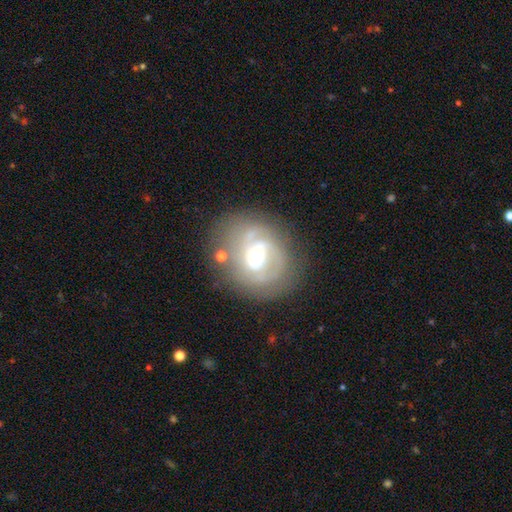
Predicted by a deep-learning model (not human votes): smooth_or_featured: featured or disk (p=0.76) [alt: smooth p=0.17]
disk_edge_on: no (p=0.97) [alt: yes p=0.03]
bar: no (p=0.47) [alt: weak p=0.40]
has_spiral_arms: yes (p=0.83) [alt: no p=0.17]
spiral_winding: tight (p=0.51) [alt: medium p=0.35]
spiral_arm_count: 2 (p=0.42) [alt: can't tell p=0.28]
bulge_size: moderate (p=0.61) [alt: small p=0.31]
merging: none (p=0.70) [alt: minor disturbance p=0.17]